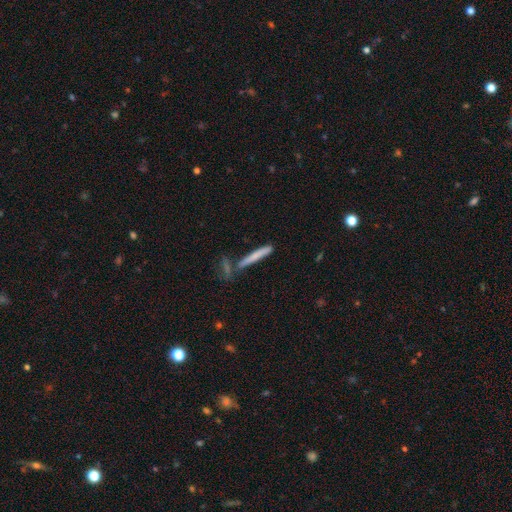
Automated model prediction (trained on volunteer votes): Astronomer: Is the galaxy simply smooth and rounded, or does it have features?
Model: smooth — 67%.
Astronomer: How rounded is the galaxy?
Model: cigar-shaped — 94%.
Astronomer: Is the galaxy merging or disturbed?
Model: none — 70%.